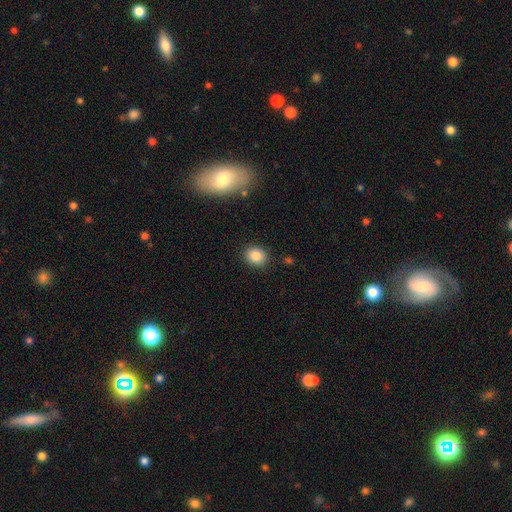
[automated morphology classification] Smooth or featured? smooth (85%)
How rounded? round (63%)
Merging? none (87%)